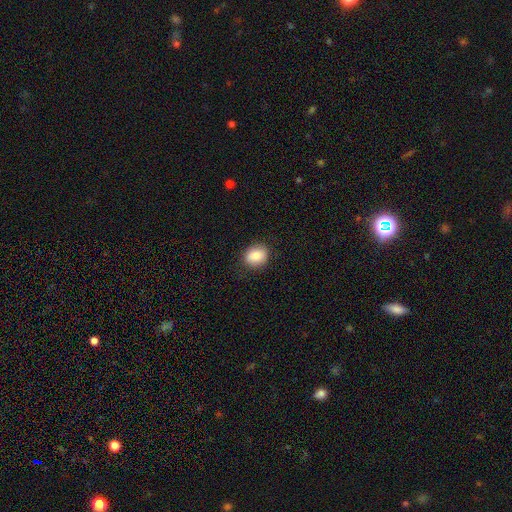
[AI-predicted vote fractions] smooth-or-featured: smooth: 83% | star or artifact: 8% | featured or disk: 8%
  how-rounded: round: 56% | in between: 43% | cigar-shaped: 1%
  merging: none: 86% | minor disturbance: 10% | major disturbance: 3% | merger: 1%